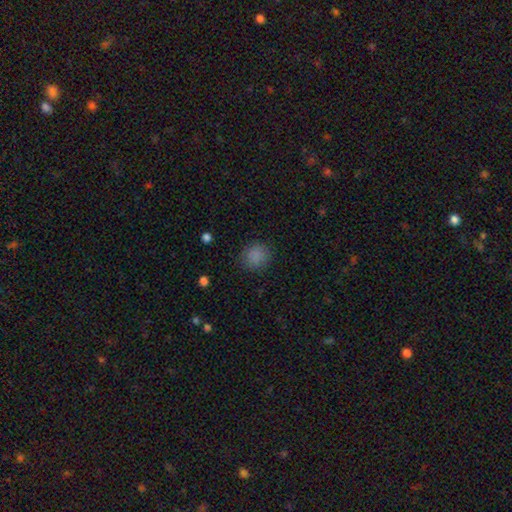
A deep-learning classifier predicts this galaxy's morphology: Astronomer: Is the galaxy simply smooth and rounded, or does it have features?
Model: smooth — 85%.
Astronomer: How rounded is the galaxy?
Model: round — 81%.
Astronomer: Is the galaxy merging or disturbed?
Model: none — 85%.